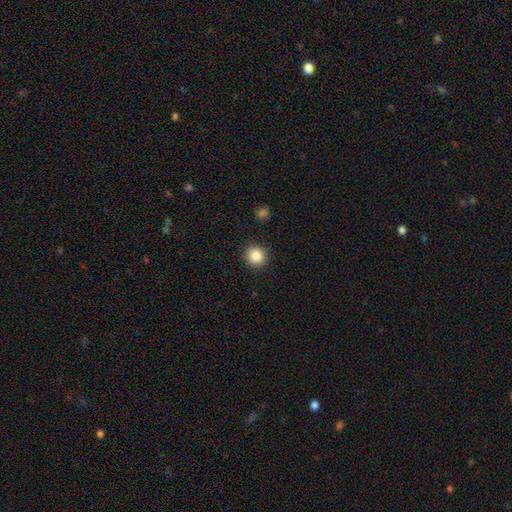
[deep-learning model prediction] smooth 86%, star or artifact 10%, featured or disk 4%. Down the decision tree: how rounded — round (93%); merging — none (92%).